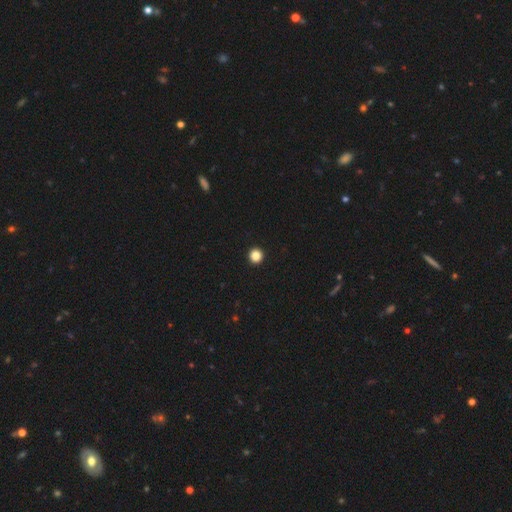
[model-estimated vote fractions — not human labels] Morphology: type=smooth (86%); roundness=round (96%); merging=none (95%).